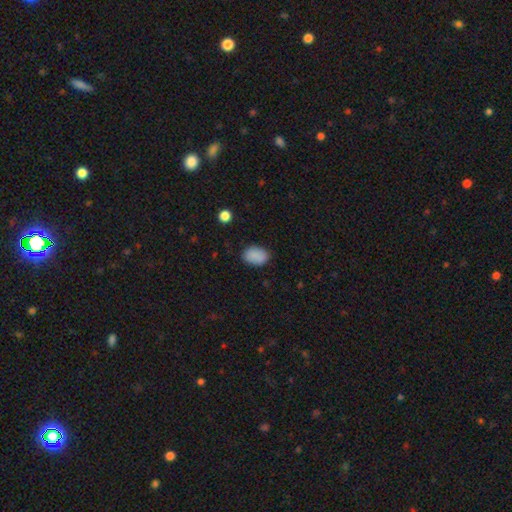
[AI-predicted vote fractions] Smooth or featured?
  - smooth: 88% *
  - star or artifact: 8%
  - featured or disk: 4%
How rounded?
  - in between: 84% *
  - round: 15%
  - cigar-shaped: 1%
Merging?
  - none: 83% *
  - minor disturbance: 13%
  - major disturbance: 3%
  - merger: 1%